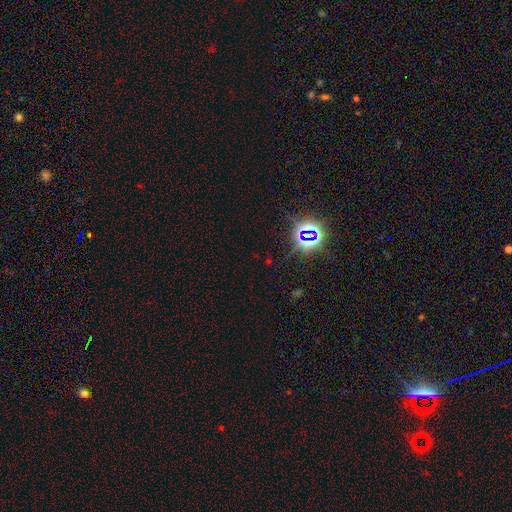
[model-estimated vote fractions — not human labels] The model was most divided on "smooth or featured": star or artifact: 76%, smooth: 16%, featured or disk: 8%.